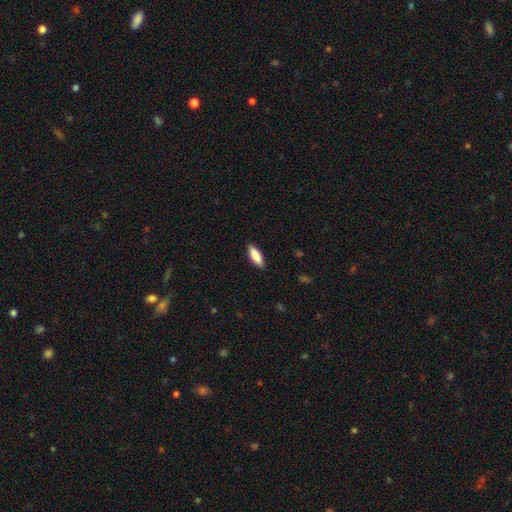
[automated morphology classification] Smooth or featured? smooth (88%)
How rounded? in between (63%)
Merging? none (89%)